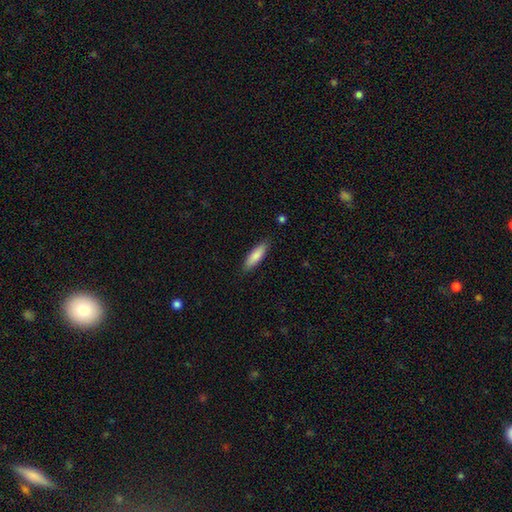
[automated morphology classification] Smooth or featured? smooth (84%)
How rounded? cigar-shaped (56%)
Merging? none (87%)